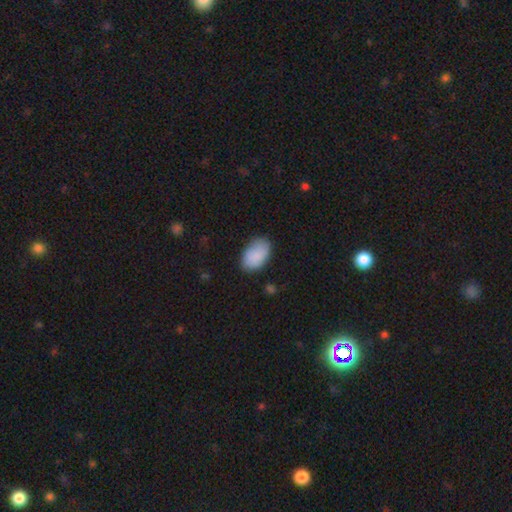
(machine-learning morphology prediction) Smooth or featured?
  - smooth: 88% *
  - star or artifact: 6%
  - featured or disk: 6%
How rounded?
  - in between: 91% *
  - round: 7%
  - cigar-shaped: 1%
Merging?
  - none: 77% *
  - minor disturbance: 18%
  - major disturbance: 4%
  - merger: 1%